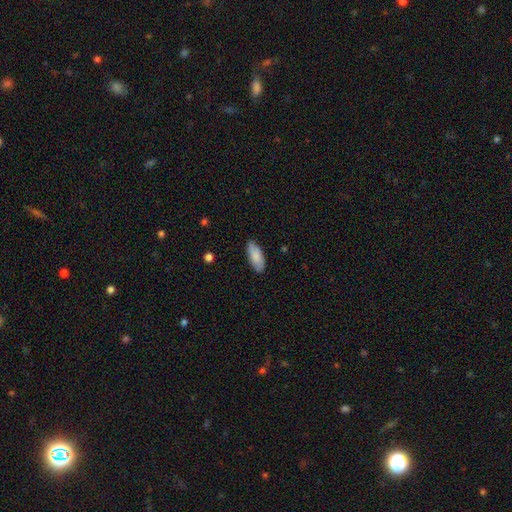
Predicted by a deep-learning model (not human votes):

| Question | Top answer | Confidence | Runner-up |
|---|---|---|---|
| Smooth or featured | smooth | 86% | featured or disk (9%) |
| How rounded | in between | 81% | cigar-shaped (17%) |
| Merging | none | 84% | minor disturbance (13%) |